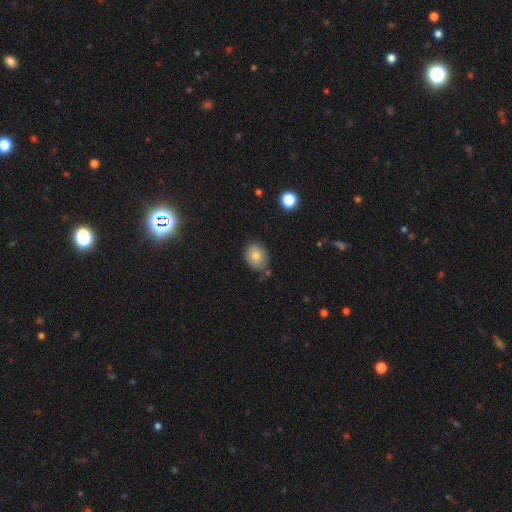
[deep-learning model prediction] A smooth galaxy with no disk features (80%) that is round (54%). Merging: none (73%).